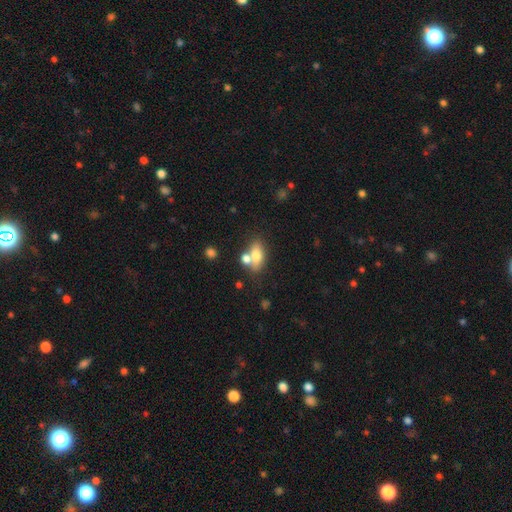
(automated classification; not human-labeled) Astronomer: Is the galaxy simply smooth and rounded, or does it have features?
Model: smooth — 72%.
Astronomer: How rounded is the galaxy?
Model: in between — 79%.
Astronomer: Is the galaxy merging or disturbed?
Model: none — 49% (runner-up: merger, 33%).